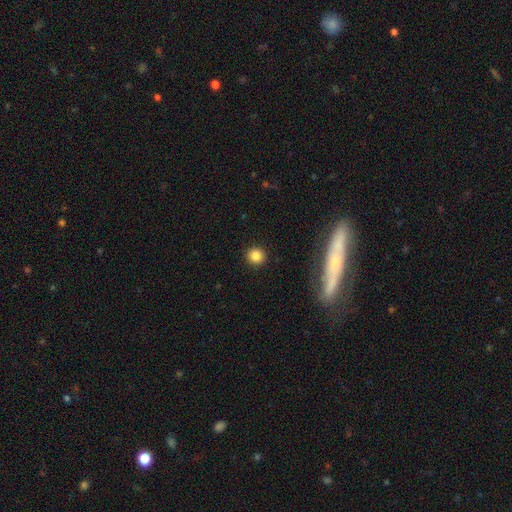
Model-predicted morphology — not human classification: Smooth or featured: smooth — 83% (star or artifact — 12%)
How rounded: round — 92% (in between — 7%)
Merging: none — 92% (minor disturbance — 5%)